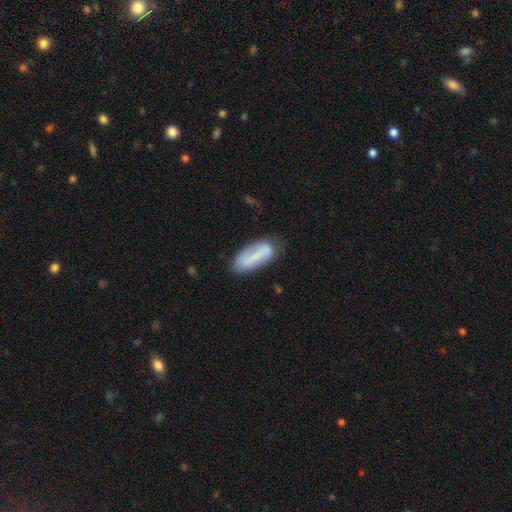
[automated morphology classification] Overall: smooth (59%; featured or disk 34%). How rounded: in between (74%). Merging: none (71%).